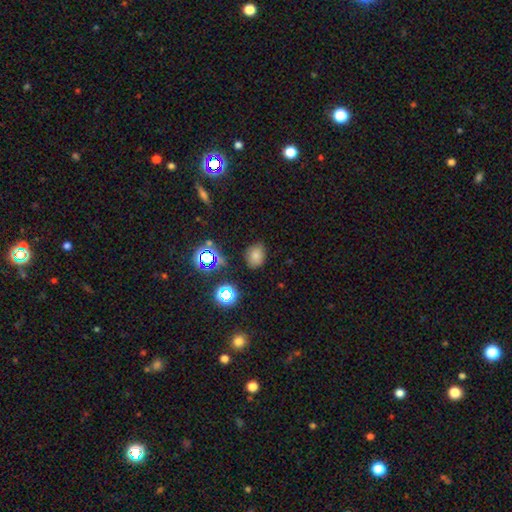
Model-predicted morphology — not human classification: Smooth or featured? Predicted: smooth (p=0.72). How rounded? Predicted: in between (p=0.52). Merging? Predicted: none (p=0.80).